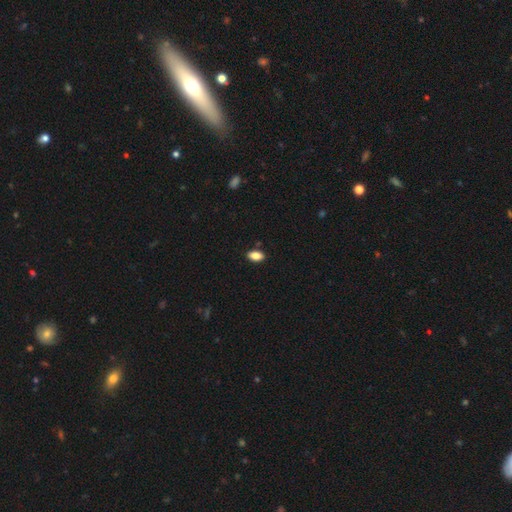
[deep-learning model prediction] Morphology: type=smooth (84%); roundness=in between (91%); merging=none (88%).